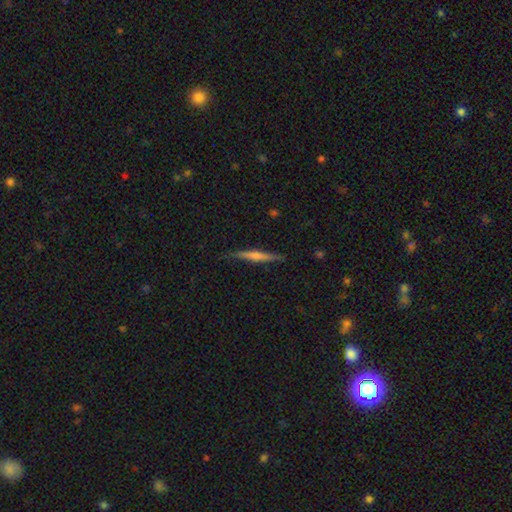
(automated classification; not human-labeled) This appears to be a featured or disk galaxy (63%) viewed edge-on (97%) with a rounded central bulge (55%). Merging: none (88%).